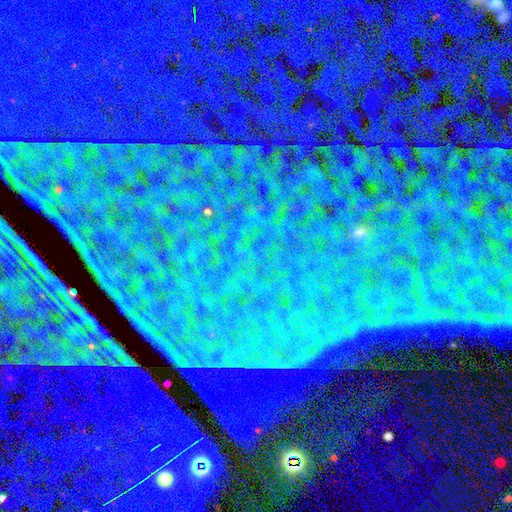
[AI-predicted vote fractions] Q: Smooth or featured?
A: star or artifact (87%); runner-up: featured or disk (7%)